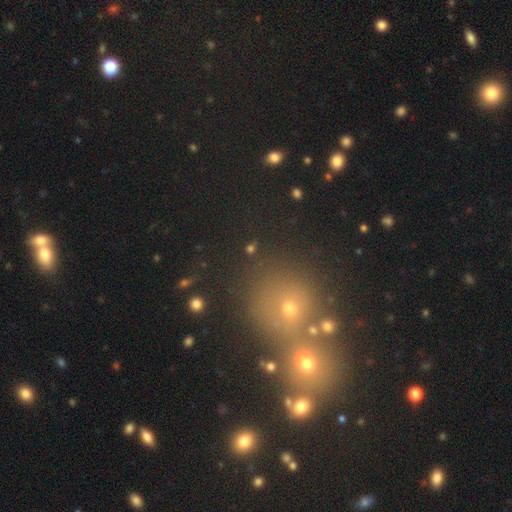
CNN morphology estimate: Overall: smooth (45%; star or artifact 44%). Merging: none (63%; merger 24%).